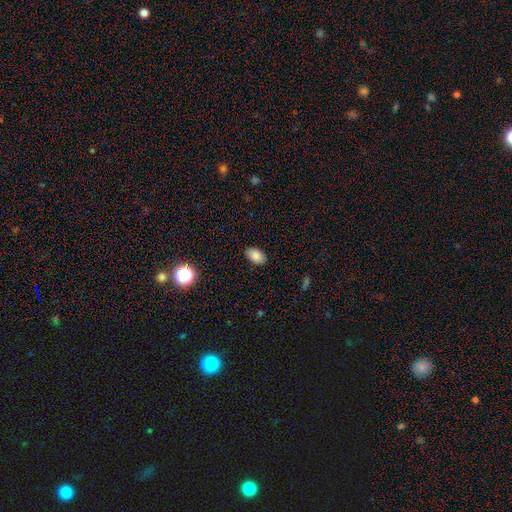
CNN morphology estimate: type=smooth (86%); roundness=in between (92%); merging=none (88%).